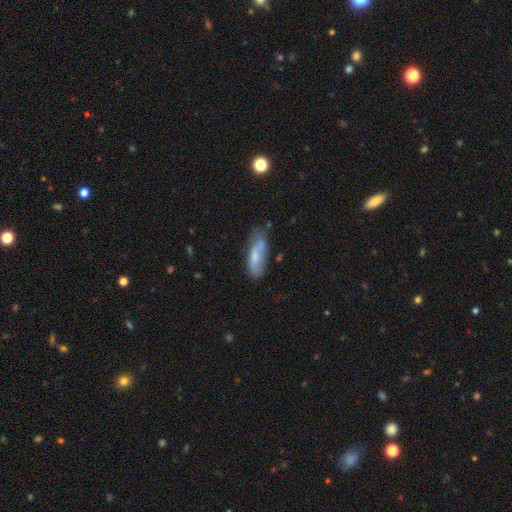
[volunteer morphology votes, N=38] Smooth or featured?
  - smooth: 74% *
  - featured or disk: 21%
  - star or artifact: 5%
How rounded?
  - in between: 54% *
  - cigar-shaped: 46%
  - round: 0%
Merging?
  - none: 58% *
  - minor disturbance: 19%
  - merger: 14%
  - major disturbance: 8%